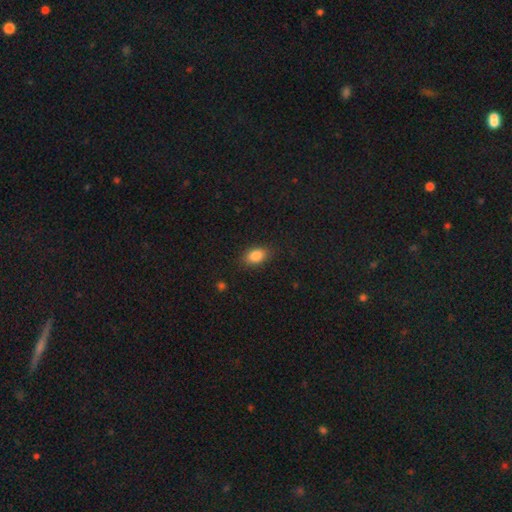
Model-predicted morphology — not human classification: Overall: smooth (85%). How rounded: in between (86%). Merging: none (86%).